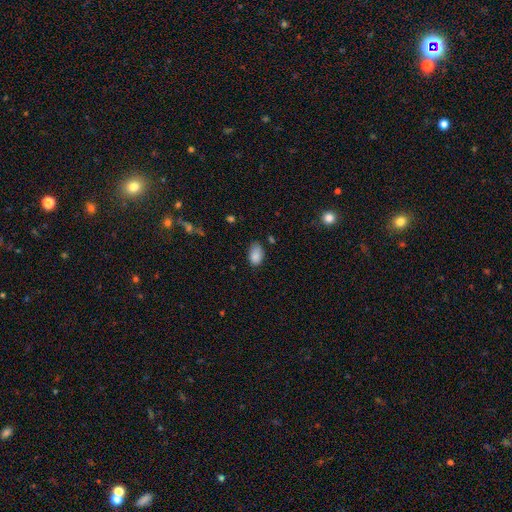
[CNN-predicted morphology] Smooth or featured? smooth (87%)
How rounded? in between (91%)
Merging? none (63%)